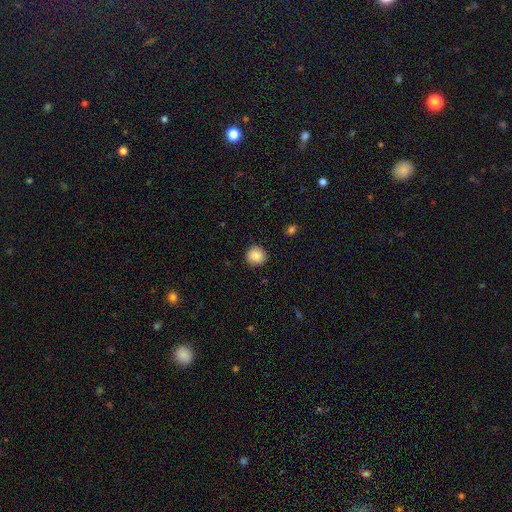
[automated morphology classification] smooth-or-featured: smooth: 85% | star or artifact: 9% | featured or disk: 6%
  how-rounded: round: 92% | in between: 7% | cigar-shaped: 1%
  merging: none: 89% | minor disturbance: 8% | major disturbance: 2% | merger: 1%